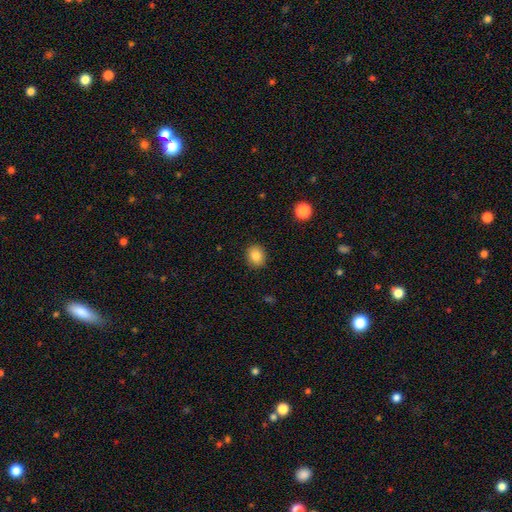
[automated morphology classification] The model was most divided on "how rounded": round: 68%, in between: 31%, cigar-shaped: 1%. More confident: merging — none (90%); smooth or featured — smooth (85%).